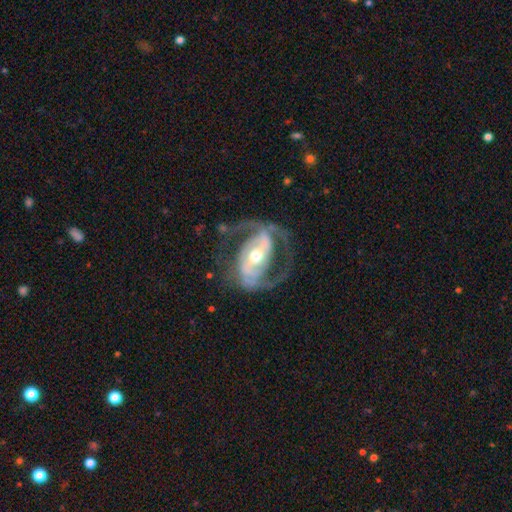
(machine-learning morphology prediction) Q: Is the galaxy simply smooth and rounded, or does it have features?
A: featured or disk — 89%.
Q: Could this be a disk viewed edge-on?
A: no — 96%.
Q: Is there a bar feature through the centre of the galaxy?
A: strong — 49%.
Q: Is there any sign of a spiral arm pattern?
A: yes — 92%.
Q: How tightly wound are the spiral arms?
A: medium — 52%.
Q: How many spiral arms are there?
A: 2 — 86%.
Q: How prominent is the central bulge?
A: moderate — 67%.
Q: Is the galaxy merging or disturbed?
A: none — 64%.